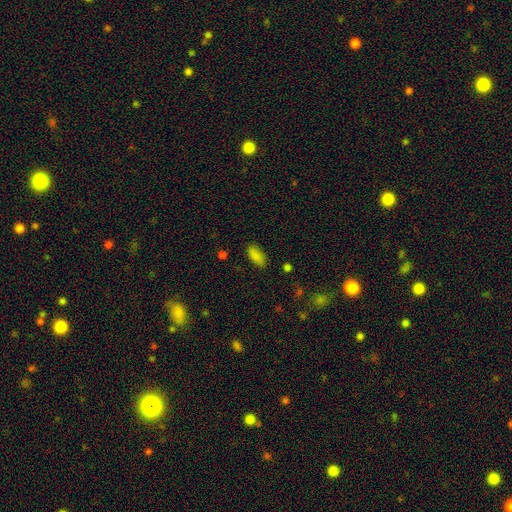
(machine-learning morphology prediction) Overall: smooth (85%). How rounded: in between (89%). Merging: none (84%).